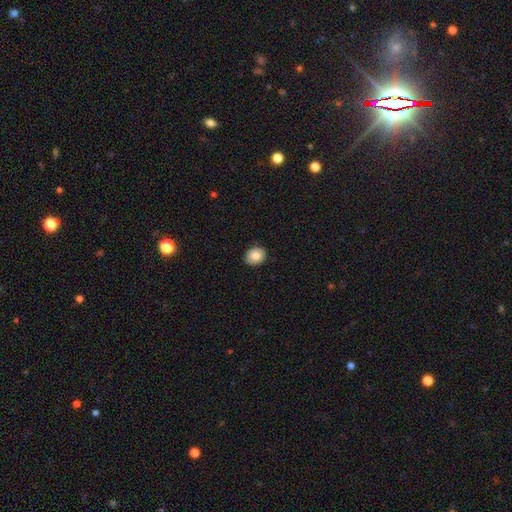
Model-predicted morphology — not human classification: Overall: smooth (84%). How rounded: round (62%; in between 38%). Merging: none (89%).